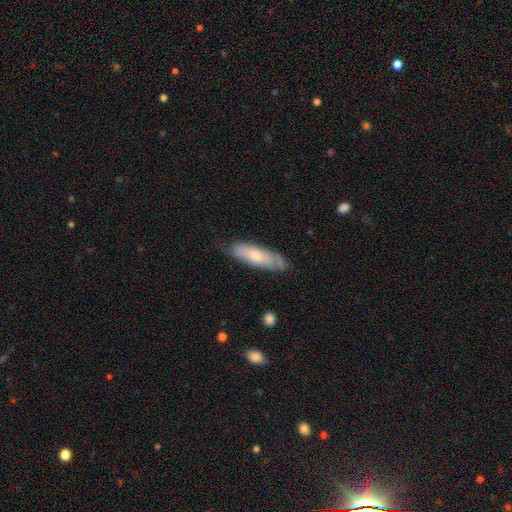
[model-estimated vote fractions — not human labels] Smooth or featured? smooth (60%)
How rounded? cigar-shaped (51%)
Merging? none (68%)